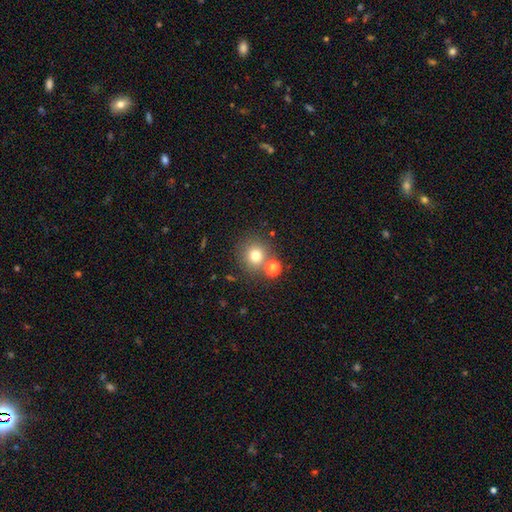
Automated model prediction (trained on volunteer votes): Smooth or featured? Predicted: smooth (p=0.76). How rounded? Predicted: round (p=0.90). Merging? Predicted: none (p=0.72).